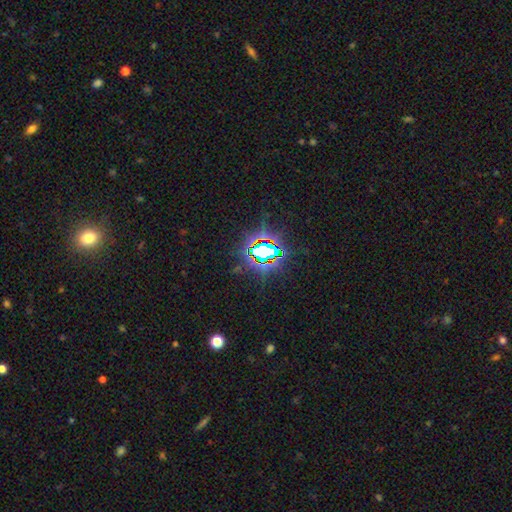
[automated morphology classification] smooth_or_featured: star or artifact (p=0.84) [alt: smooth p=0.09]